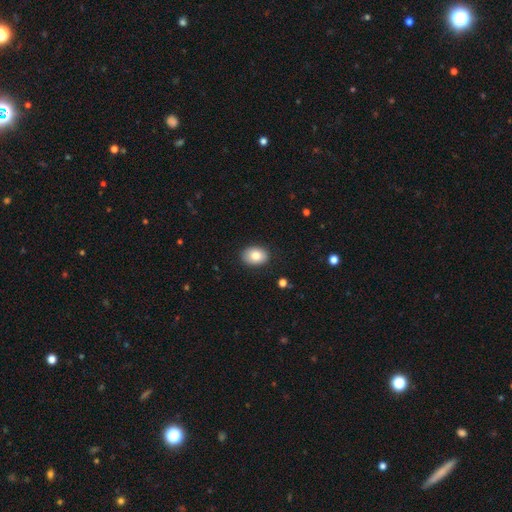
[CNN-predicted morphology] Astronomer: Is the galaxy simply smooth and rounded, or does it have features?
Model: smooth — 83%.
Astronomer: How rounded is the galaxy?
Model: in between — 75%.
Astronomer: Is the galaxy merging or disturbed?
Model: none — 88%.